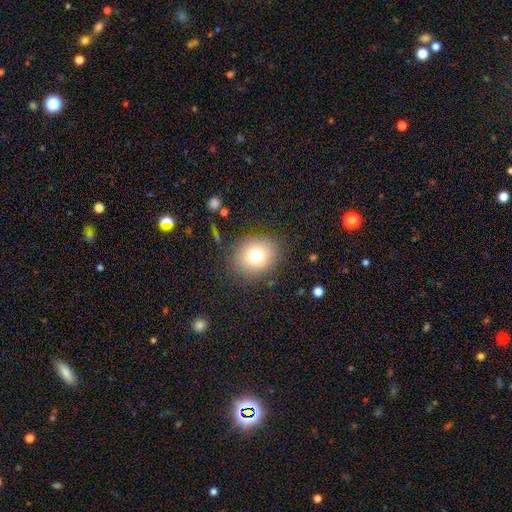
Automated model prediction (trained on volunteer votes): Smooth or featured: smooth — 74% (star or artifact — 13%)
How rounded: round — 67% (in between — 32%)
Merging: none — 84% (minor disturbance — 10%)